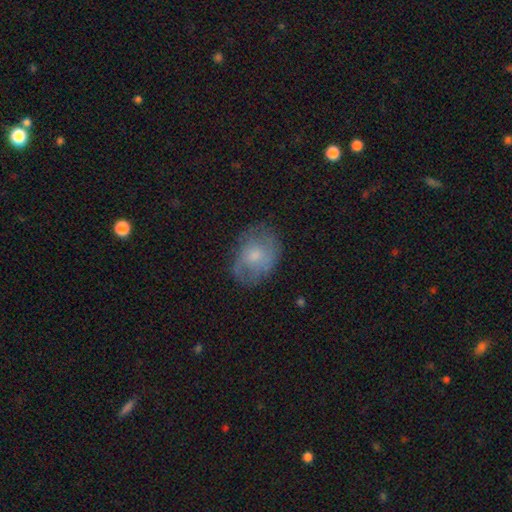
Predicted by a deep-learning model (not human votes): smooth 50%, featured or disk 43%, star or artifact 7%. Down the decision tree: merging — none (65%).